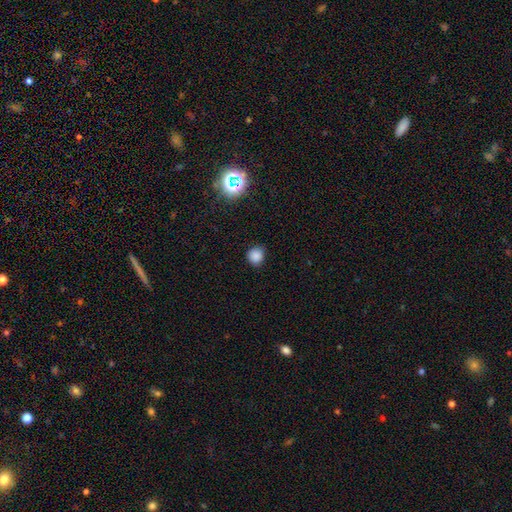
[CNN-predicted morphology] A smooth galaxy with no disk features (83%) that is round (87%). Merging: none (84%).